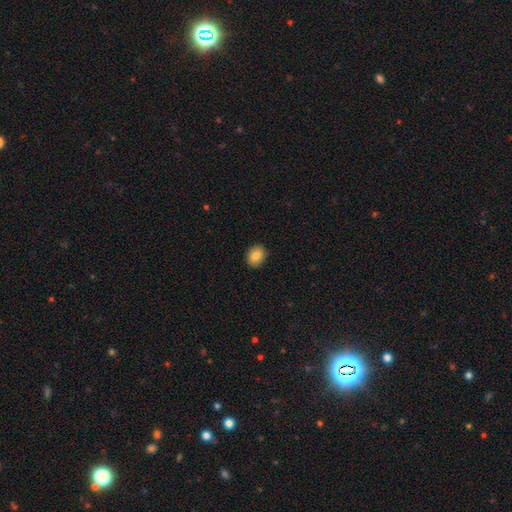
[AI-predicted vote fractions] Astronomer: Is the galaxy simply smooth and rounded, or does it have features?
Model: smooth — 84%.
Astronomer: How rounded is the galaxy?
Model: in between — 50% (runner-up: round, 49%).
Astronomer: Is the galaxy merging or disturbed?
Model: none — 88%.